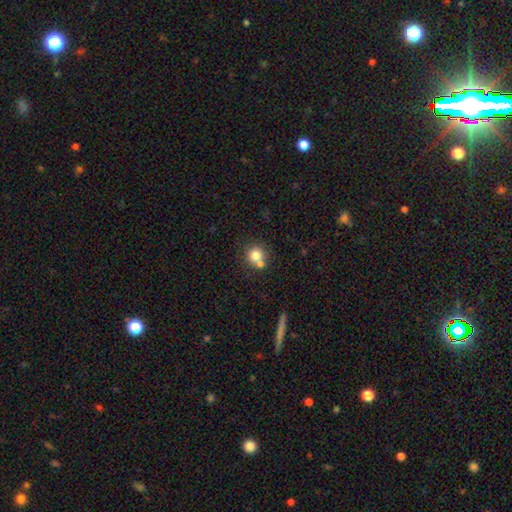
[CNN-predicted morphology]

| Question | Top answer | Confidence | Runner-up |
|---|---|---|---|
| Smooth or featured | smooth | 79% | star or artifact (11%) |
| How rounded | round | 90% | in between (9%) |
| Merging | none | 58% | merger (30%) |